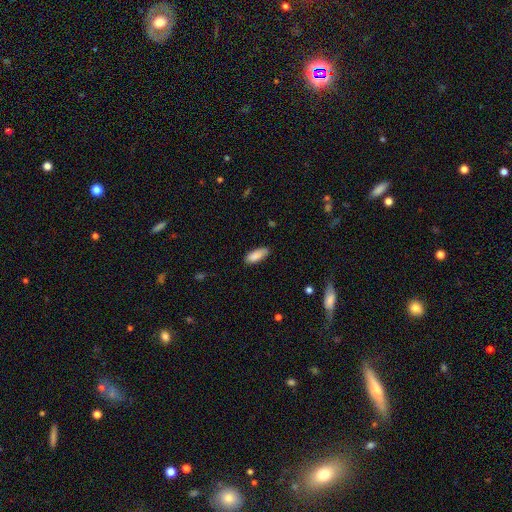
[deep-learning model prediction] The model was most divided on "how rounded": in between: 78%, cigar-shaped: 20%, round: 2%. More confident: smooth or featured — smooth (88%); merging — none (80%).